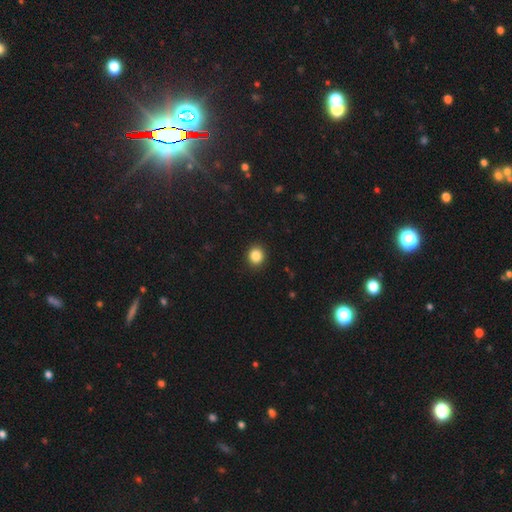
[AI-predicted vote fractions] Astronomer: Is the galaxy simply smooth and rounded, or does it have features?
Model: smooth — 86%.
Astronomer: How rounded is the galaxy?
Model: round — 83%.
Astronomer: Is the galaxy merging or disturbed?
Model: none — 91%.